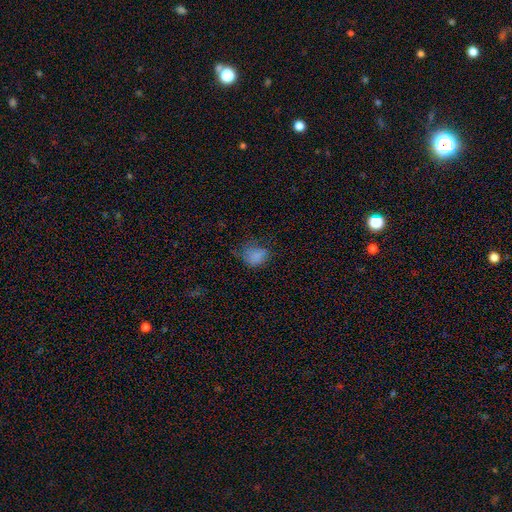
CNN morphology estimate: The model was most divided on "how rounded": in between: 51%, round: 47%, cigar-shaped: 1%. Remaining: smooth or featured — smooth (77%); merging — none (46%).